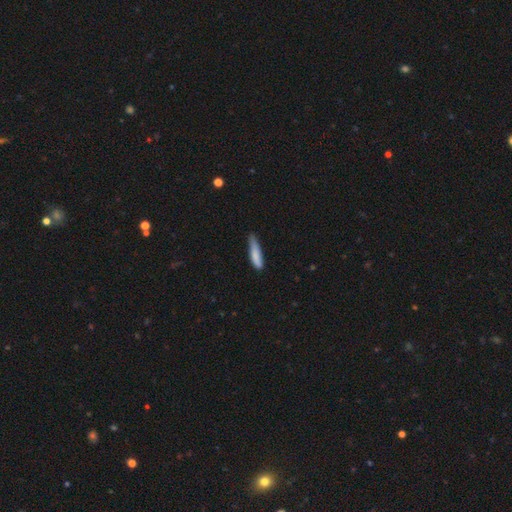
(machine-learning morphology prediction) Q: Smooth or featured?
A: smooth (82%); runner-up: featured or disk (12%)
Q: How rounded?
A: cigar-shaped (79%); runner-up: in between (20%)
Q: Merging?
A: none (52%); runner-up: minor disturbance (39%)